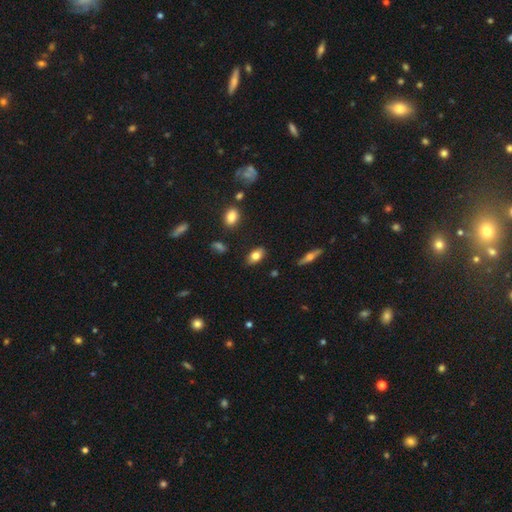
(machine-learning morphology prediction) A smooth galaxy with no disk features (77%) that is in between round and cigar-shaped (88%). Merging: none (85%).